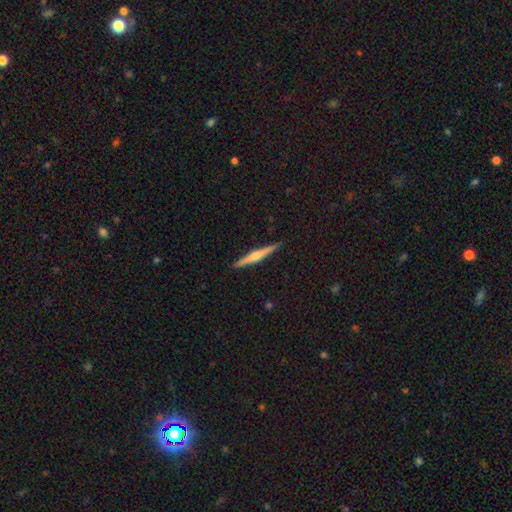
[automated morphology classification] Smooth or featured?
  - featured or disk: 62% *
  - smooth: 33%
  - star or artifact: 6%
Edge-on disk?
  - yes: 98% *
  - no: 2%
Edge-on bulge?
  - rounded: 73% *
  - none: 16%
  - boxy: 11%
Merging?
  - none: 91% *
  - minor disturbance: 7%
  - major disturbance: 1%
  - merger: 1%